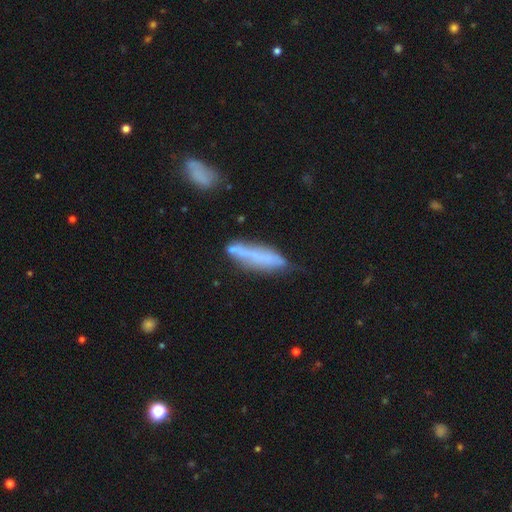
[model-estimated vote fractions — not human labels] A smooth galaxy with no disk features (60%) that is cigar-shaped (81%). Merging: none (61%).